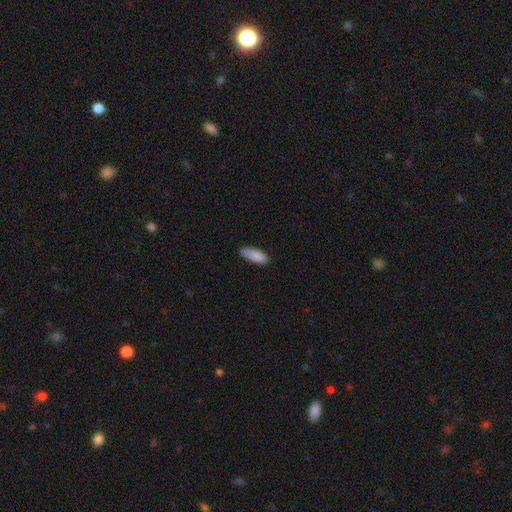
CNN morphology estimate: A smooth galaxy with no disk features (88%) that is in between round and cigar-shaped (65%). Merging: none (79%).